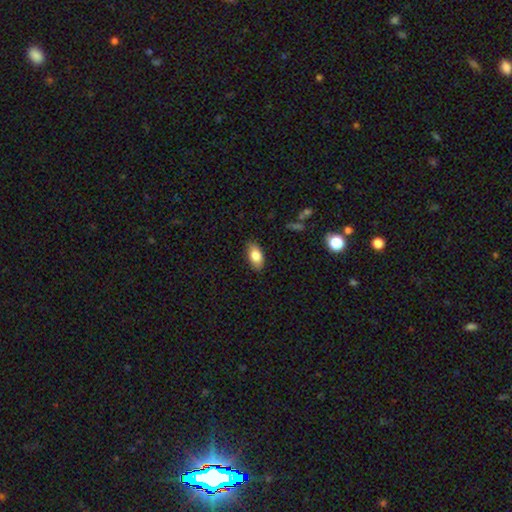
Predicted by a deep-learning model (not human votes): Smooth or featured: smooth — 83% (featured or disk — 10%)
How rounded: in between — 91% (round — 5%)
Merging: none — 84% (minor disturbance — 12%)